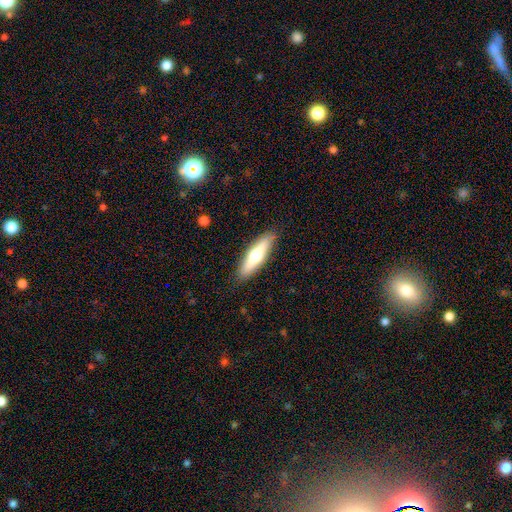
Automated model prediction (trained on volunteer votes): This appears to be a smooth galaxy with no disk features (53%) that is cigar-shaped (69%). Merging: none (89%).